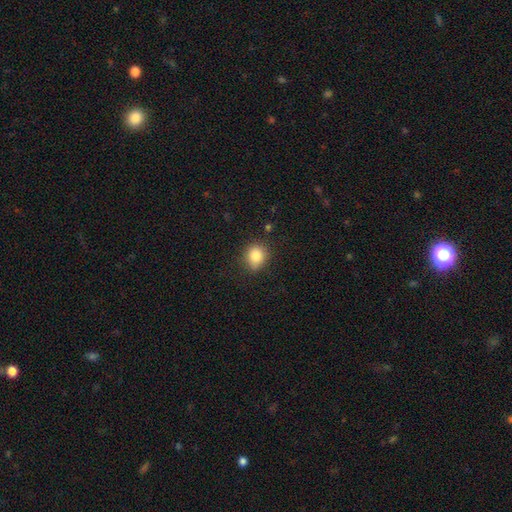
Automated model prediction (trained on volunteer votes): smooth-or-featured: smooth: 84% | star or artifact: 10% | featured or disk: 6%
  how-rounded: round: 67% | in between: 32% | cigar-shaped: 1%
  merging: none: 78% | minor disturbance: 16% | major disturbance: 4% | merger: 2%